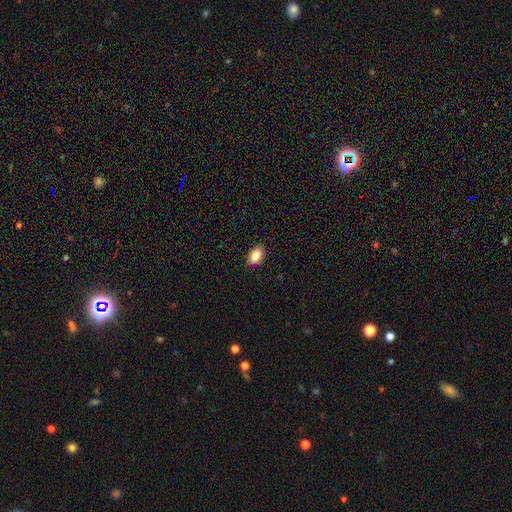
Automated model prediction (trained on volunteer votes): Smooth or featured? smooth (83%)
How rounded? in between (88%)
Merging? none (88%)